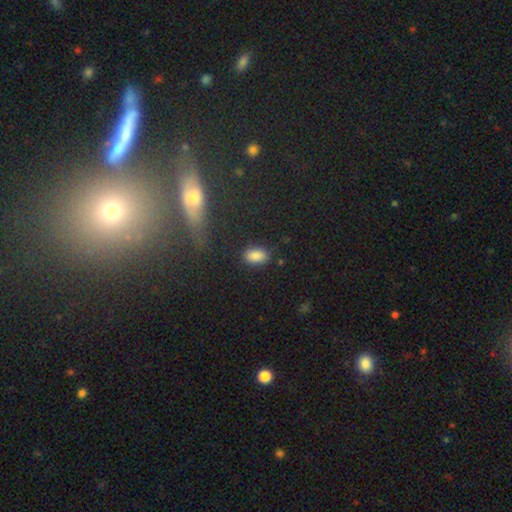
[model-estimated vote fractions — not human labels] This appears to be a smooth galaxy with no disk features (85%) that is in between round and cigar-shaped (91%). Merging: none (83%).